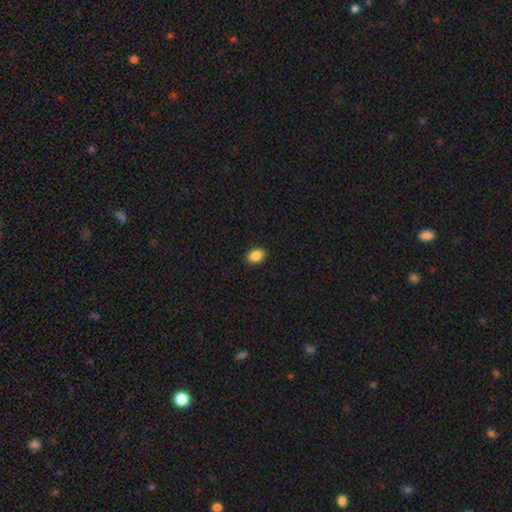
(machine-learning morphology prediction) smooth-or-featured: smooth: 87% | star or artifact: 9% | featured or disk: 4%
  how-rounded: in between: 75% | round: 24% | cigar-shaped: 1%
  merging: none: 91% | minor disturbance: 6% | major disturbance: 2% | merger: 1%